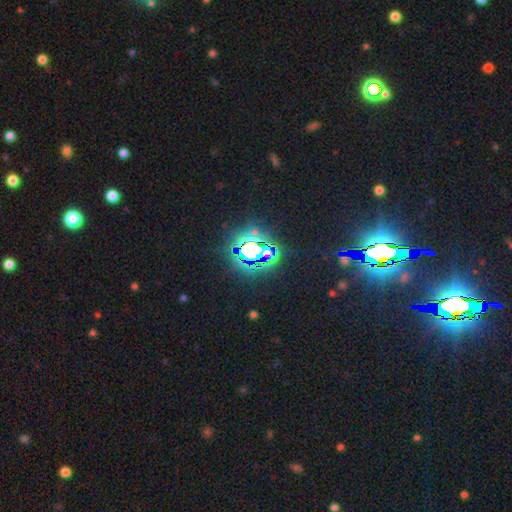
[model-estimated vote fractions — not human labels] smooth_or_featured: star or artifact (p=0.79) [alt: smooth p=0.12]